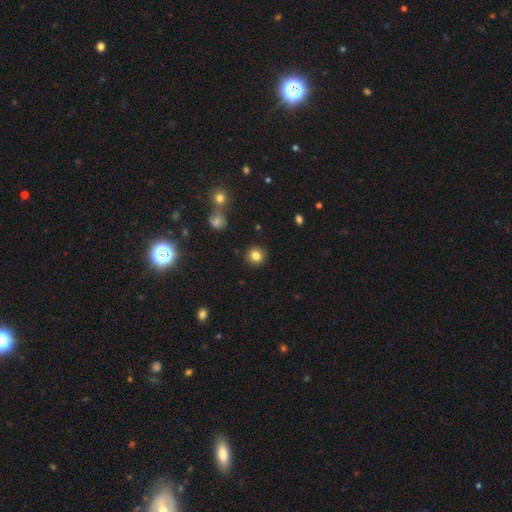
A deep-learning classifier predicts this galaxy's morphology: smooth-or-featured: smooth: 83% | star or artifact: 11% | featured or disk: 6%
  how-rounded: round: 90% | in between: 9% | cigar-shaped: 1%
  merging: none: 90% | minor disturbance: 6% | major disturbance: 2% | merger: 2%